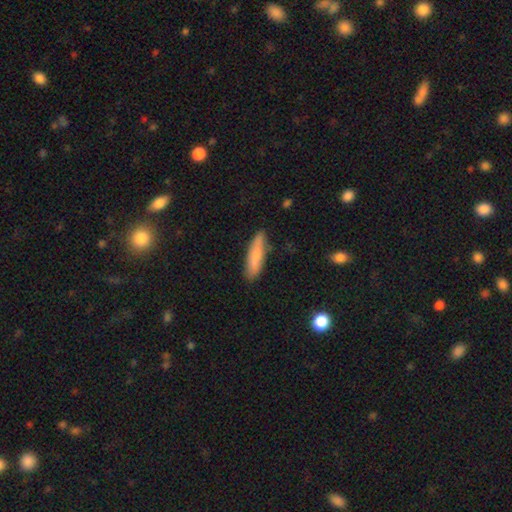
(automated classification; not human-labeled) smooth_or_featured: smooth (p=0.78) [alt: featured or disk p=0.16]
how_rounded: cigar-shaped (p=0.75) [alt: in between p=0.23]
merging: none (p=0.83) [alt: minor disturbance p=0.14]